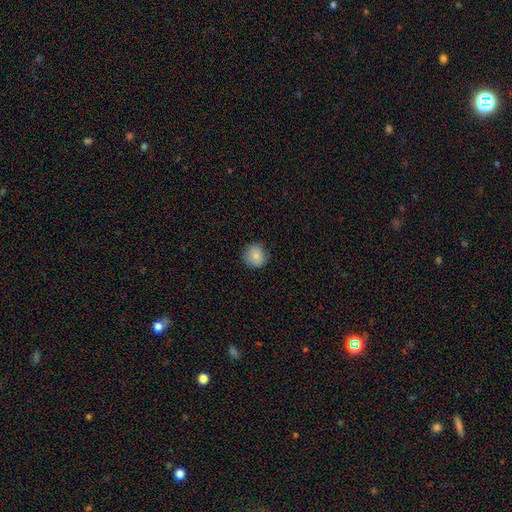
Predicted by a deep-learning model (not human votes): Morphology: type=smooth (85%); roundness=round (92%); merging=none (86%).